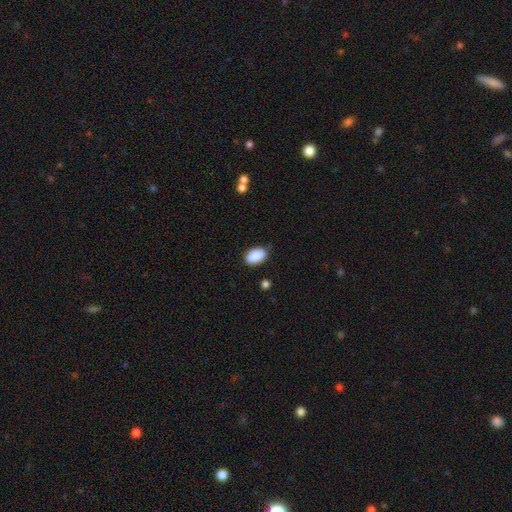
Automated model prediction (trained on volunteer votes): Q: Smooth or featured?
A: smooth (90%); runner-up: star or artifact (7%)
Q: How rounded?
A: in between (91%); runner-up: round (7%)
Q: Merging?
A: none (81%); runner-up: minor disturbance (15%)